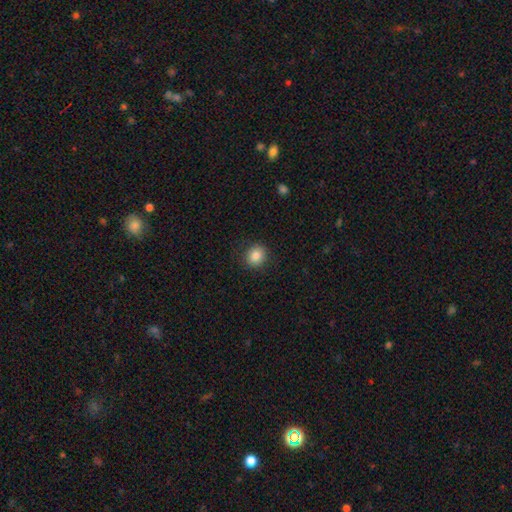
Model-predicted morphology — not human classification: smooth_or_featured: smooth (p=0.85) [alt: star or artifact p=0.10]
how_rounded: round (p=0.79) [alt: in between p=0.20]
merging: none (p=0.89) [alt: minor disturbance p=0.07]